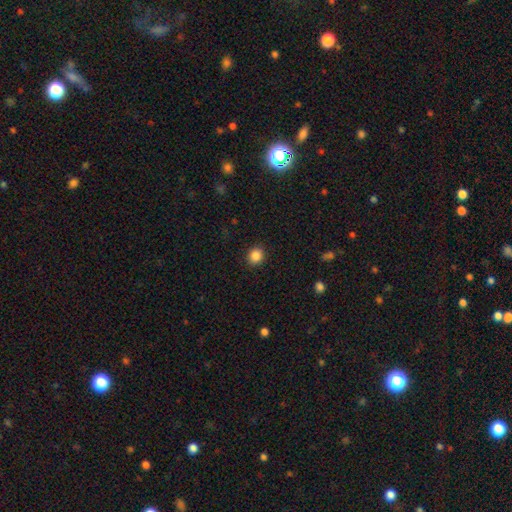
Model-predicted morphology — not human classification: Smooth or featured: smooth — 87% (star or artifact — 10%)
How rounded: round — 77% (in between — 22%)
Merging: none — 91% (minor disturbance — 6%)